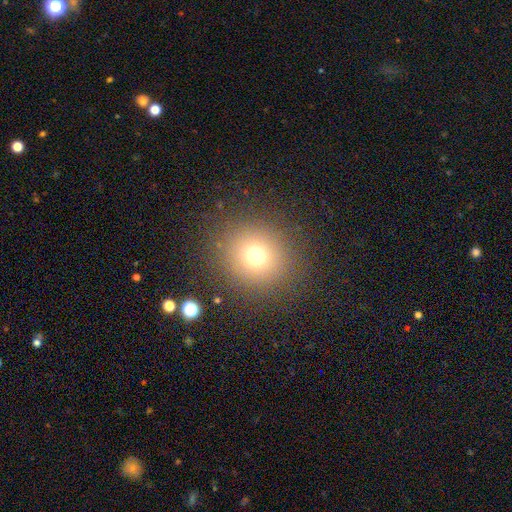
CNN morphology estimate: Smooth or featured? smooth (72%)
How rounded? round (87%)
Merging? none (86%)